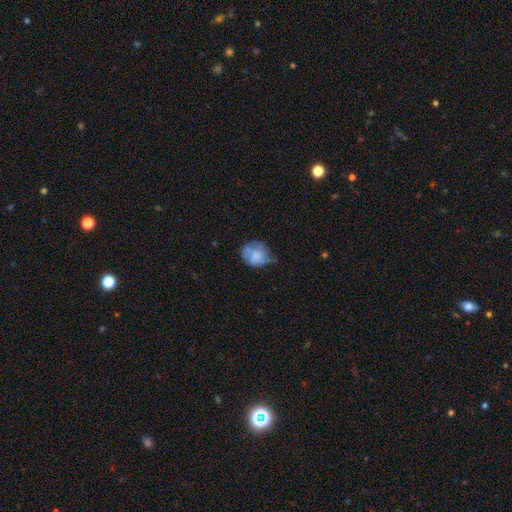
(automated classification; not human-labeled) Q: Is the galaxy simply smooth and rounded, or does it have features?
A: smooth — 64%.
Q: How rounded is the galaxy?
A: round — 63%.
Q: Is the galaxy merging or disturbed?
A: none — 41%.